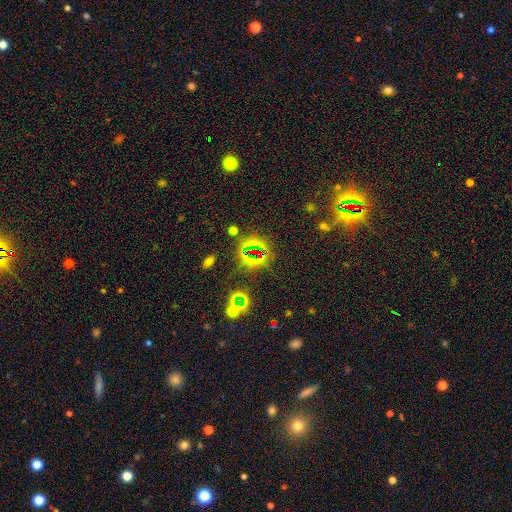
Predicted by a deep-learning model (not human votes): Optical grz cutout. It shows a star or artifact, not a galaxy (68%).